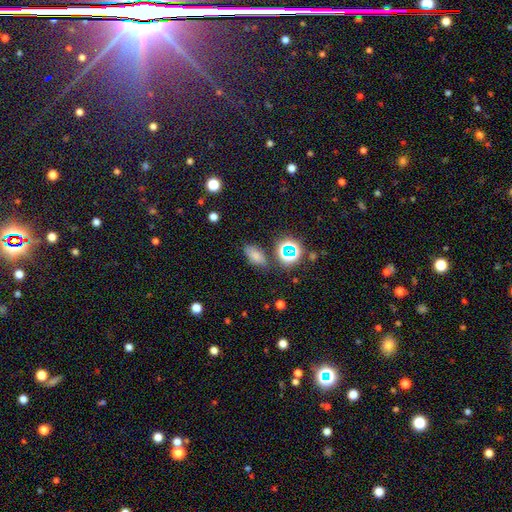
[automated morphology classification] type=smooth (69%); roundness=in between (85%); merging=none (72%).